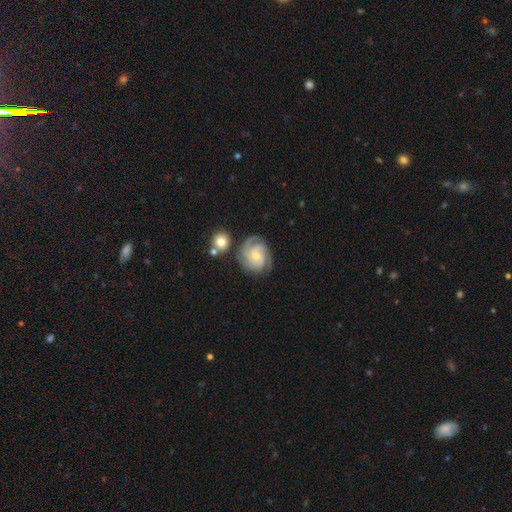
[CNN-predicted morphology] featured or disk 83%, smooth 12%, star or artifact 6%. Down the decision tree: edge-on disk — no (98%); bar — no (70%); spiral arms — yes (97%); spiral arm count — 3 (47%); spiral winding — tight (61%); bulge size — small (63%); merging — none (70%).